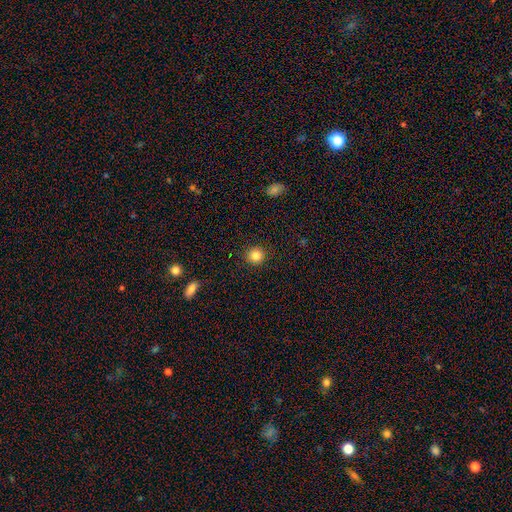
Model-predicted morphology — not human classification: A smooth galaxy with no disk features (84%) that is round (92%). Merging: none (92%).